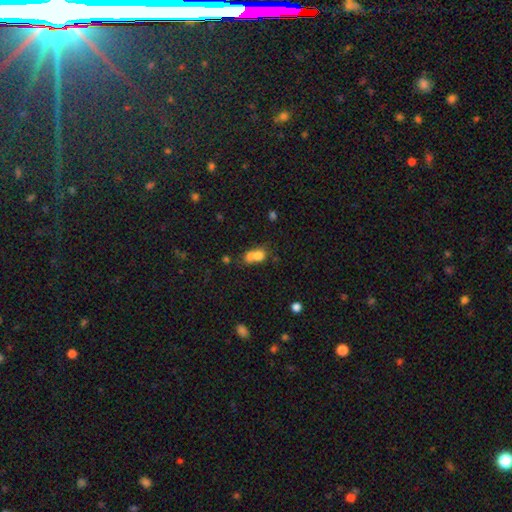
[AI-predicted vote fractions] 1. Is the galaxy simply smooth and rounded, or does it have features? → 70% smooth, 17% featured or disk, 13% star or artifact.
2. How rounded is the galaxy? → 50% in between, 46% round, 4% cigar-shaped.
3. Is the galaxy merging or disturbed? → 59% merger, 22% none, 10% minor disturbance, 8% major disturbance.